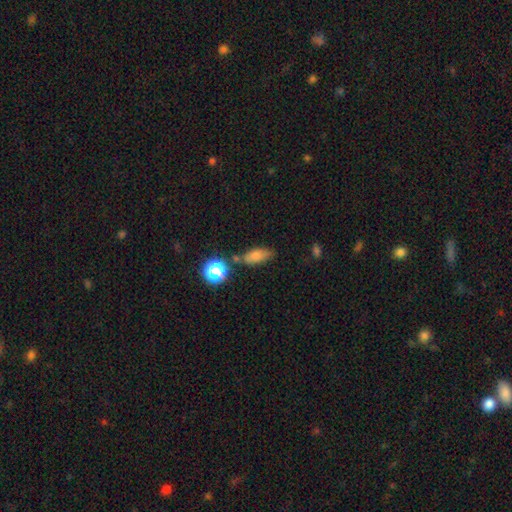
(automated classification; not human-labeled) smooth_or_featured: smooth (p=0.74) [alt: star or artifact p=0.14]
how_rounded: in between (p=0.73) [alt: cigar-shaped p=0.17]
merging: none (p=0.66) [alt: minor disturbance p=0.19]